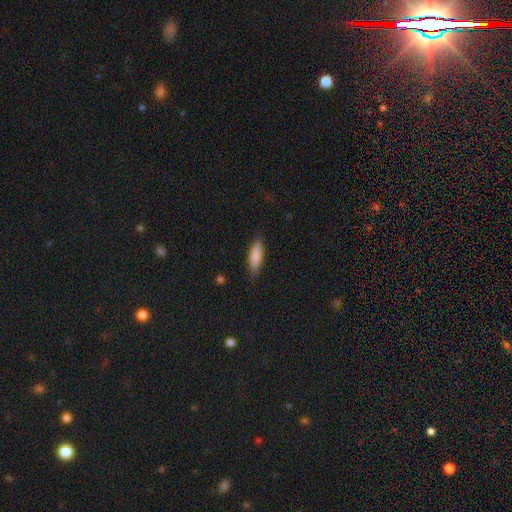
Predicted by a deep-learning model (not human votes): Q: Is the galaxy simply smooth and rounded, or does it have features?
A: smooth — 85%.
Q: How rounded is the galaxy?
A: cigar-shaped — 51%.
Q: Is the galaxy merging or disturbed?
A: none — 83%.